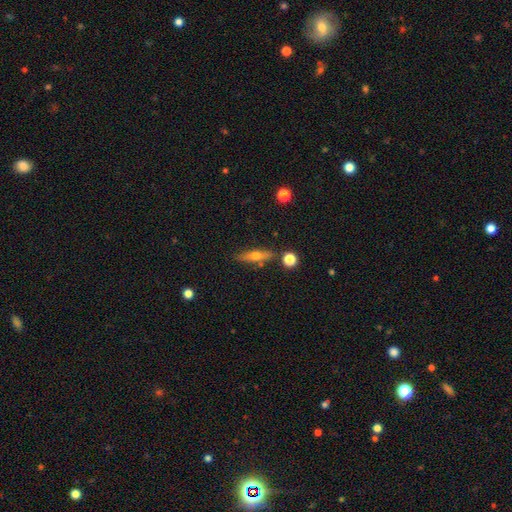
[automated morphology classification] Smooth or featured: featured or disk — 49% (smooth — 43%)
Merging: none — 81% (minor disturbance — 11%)